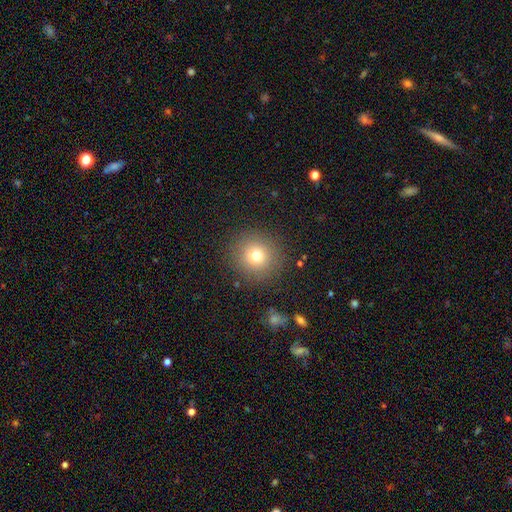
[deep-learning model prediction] Q: Smooth or featured?
A: smooth (75%); runner-up: star or artifact (14%)
Q: How rounded?
A: round (94%); runner-up: in between (5%)
Q: Merging?
A: none (88%); runner-up: minor disturbance (7%)